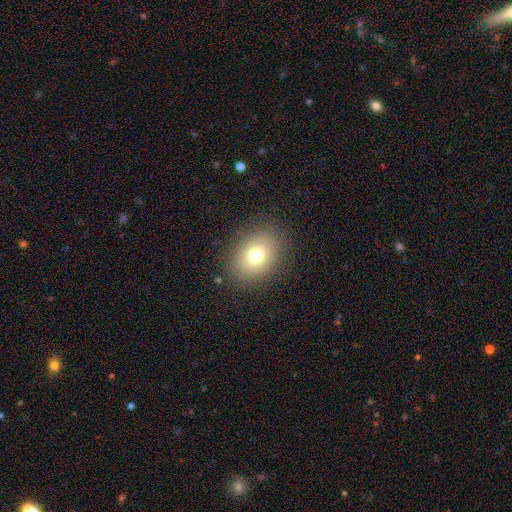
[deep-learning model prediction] Morphology: type=smooth (74%); roundness=in between (58%); merging=none (86%).